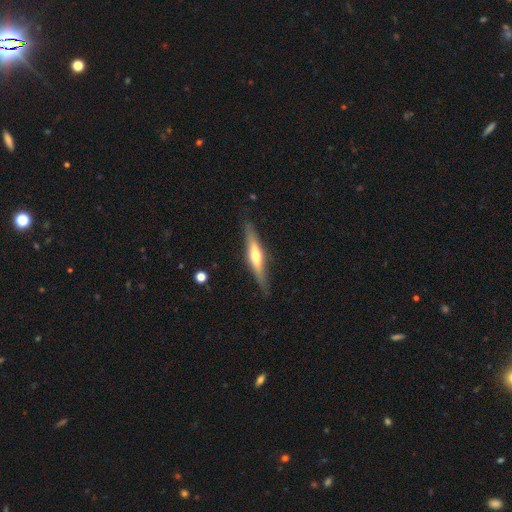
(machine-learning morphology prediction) Q: Smooth or featured?
A: featured or disk (60%); runner-up: smooth (35%)
Q: Edge-on disk?
A: yes (94%); runner-up: no (6%)
Q: Edge-on bulge?
A: rounded (81%); runner-up: none (10%)
Q: Merging?
A: none (86%); runner-up: minor disturbance (11%)